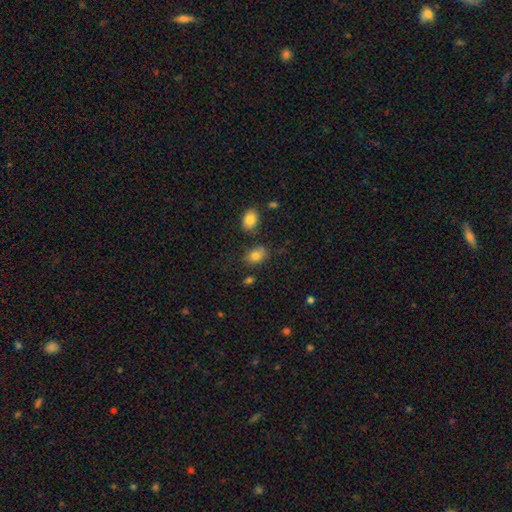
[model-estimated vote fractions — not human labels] This is clearly a smooth galaxy (81%). How rounded: likely in between (75%). Merging: likely none (74%).